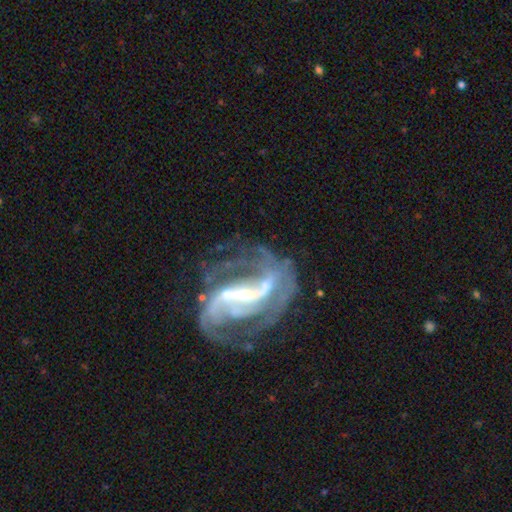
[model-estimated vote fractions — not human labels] Smooth or featured?
  - featured or disk: 87% *
  - star or artifact: 9%
  - smooth: 5%
Edge-on disk?
  - no: 95% *
  - yes: 5%
Bar?
  - strong: 63% *
  - weak: 27%
  - no: 10%
Spiral arms?
  - yes: 94% *
  - no: 6%
Spiral winding?
  - medium: 45% *
  - loose: 33%
  - tight: 23%
Spiral arm count?
  - 2: 68% *
  - can't tell: 10%
  - 3: 9%
  - 1: 5%
  - 4: 4%
  - more than 4: 4%
Bulge size?
  - small: 58% *
  - moderate: 29%
  - none: 8%
  - large: 4%
  - dominant: 2%
Merging?
  - none: 60% *
  - major disturbance: 18%
  - minor disturbance: 16%
  - merger: 6%